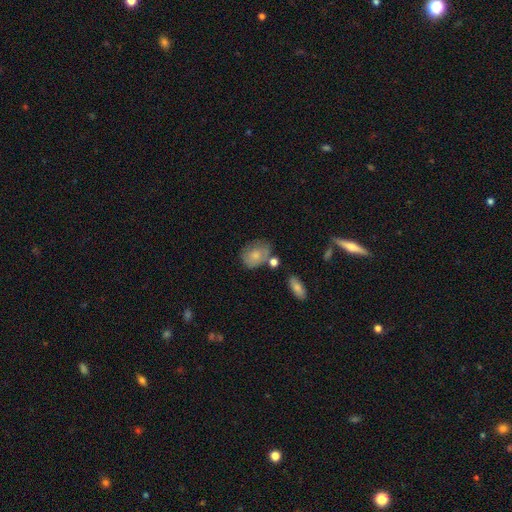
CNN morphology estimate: type=smooth (71%); roundness=in between (62%); merging=none (52%).